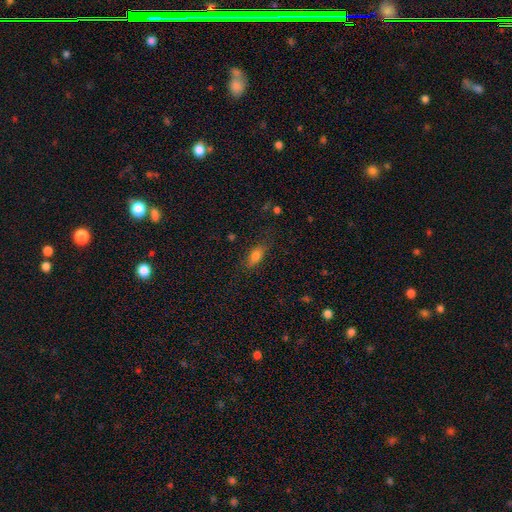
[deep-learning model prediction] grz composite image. It shows a smooth galaxy with no disk features (73%) that is in between round and cigar-shaped (74%). Merging: none (76%).